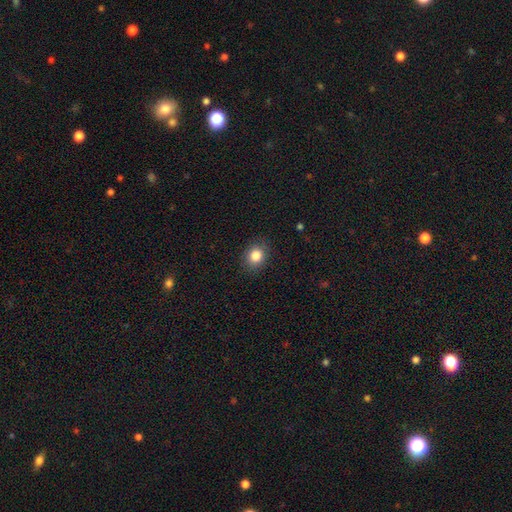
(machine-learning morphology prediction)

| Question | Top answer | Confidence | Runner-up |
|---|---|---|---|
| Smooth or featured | smooth | 84% | star or artifact (10%) |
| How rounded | round | 62% | in between (37%) |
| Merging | none | 86% | minor disturbance (10%) |